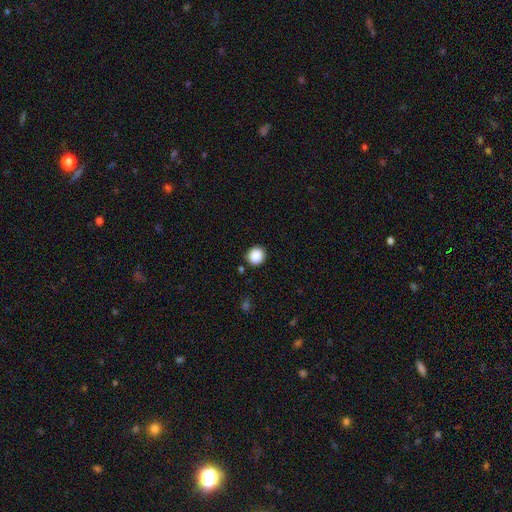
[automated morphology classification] smooth 88%, star or artifact 9%, featured or disk 3%. Down the decision tree: how rounded — round (90%); merging — none (90%).